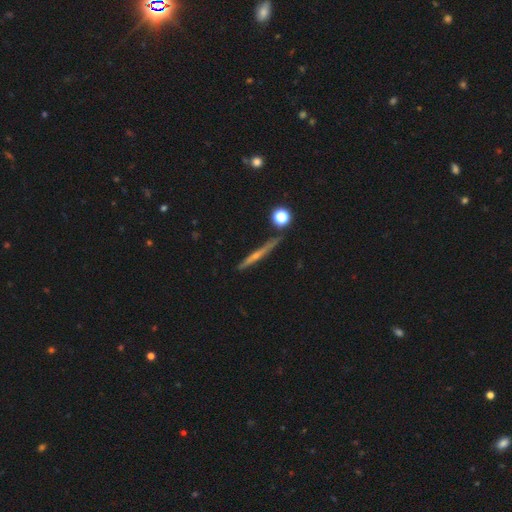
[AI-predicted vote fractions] A featured or disk galaxy (66%) viewed edge-on (96%) with a rounded central bulge (62%). Merging: none (85%).